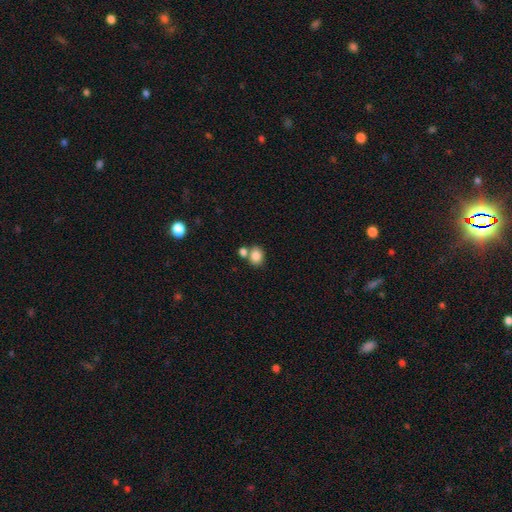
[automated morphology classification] smooth 85%, star or artifact 9%, featured or disk 6%. Down the decision tree: how rounded — round (52%); merging — none (54%).